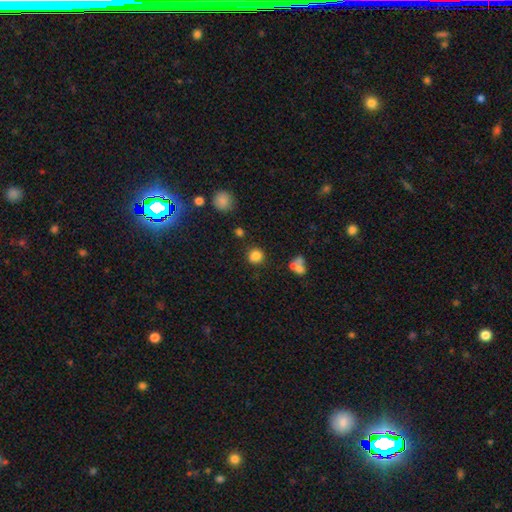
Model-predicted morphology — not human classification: Smooth or featured?
  - smooth: 83% *
  - star or artifact: 12%
  - featured or disk: 6%
How rounded?
  - round: 88% *
  - in between: 11%
  - cigar-shaped: 1%
Merging?
  - none: 82% *
  - minor disturbance: 10%
  - merger: 5%
  - major disturbance: 3%